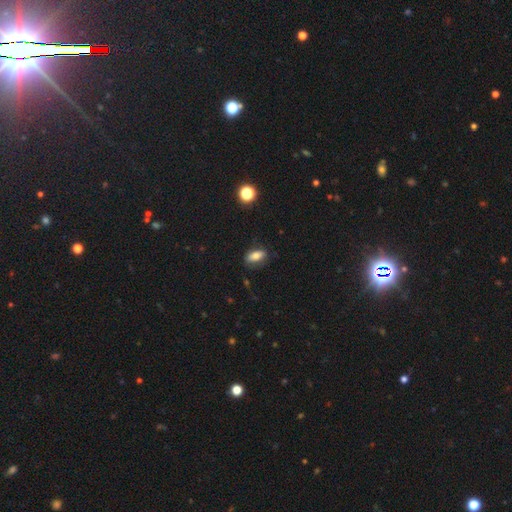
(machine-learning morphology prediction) smooth 75%, featured or disk 16%, star or artifact 9%. Down the decision tree: how rounded — in between (80%); merging — none (78%).